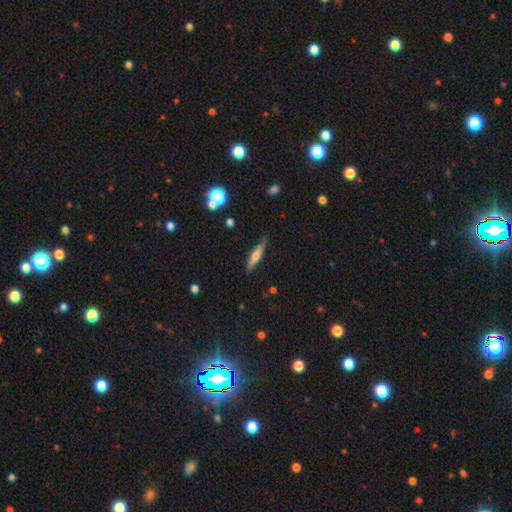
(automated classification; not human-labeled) Morphology: type=smooth (57%); roundness=cigar-shaped (86%); merging=none (79%).